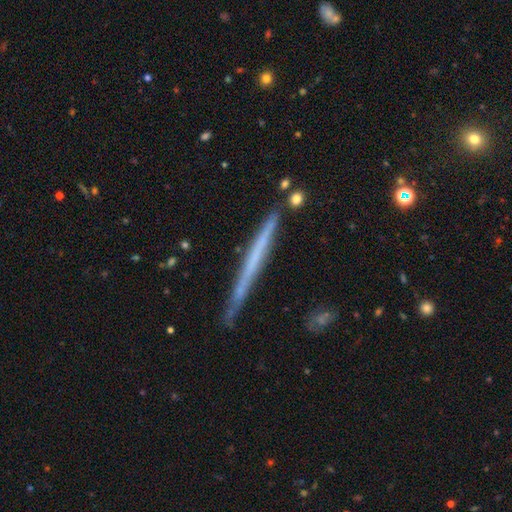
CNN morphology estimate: The model was most divided on "smooth or featured": featured or disk: 54%, smooth: 40%, star or artifact: 7%. More confident: edge-on disk — yes (97%); edge-on bulge — none (92%); merging — none (83%).